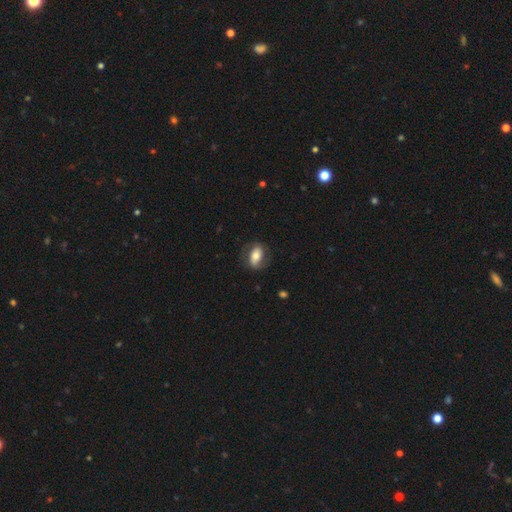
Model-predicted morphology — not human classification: type=smooth (49%); merging=none (72%).